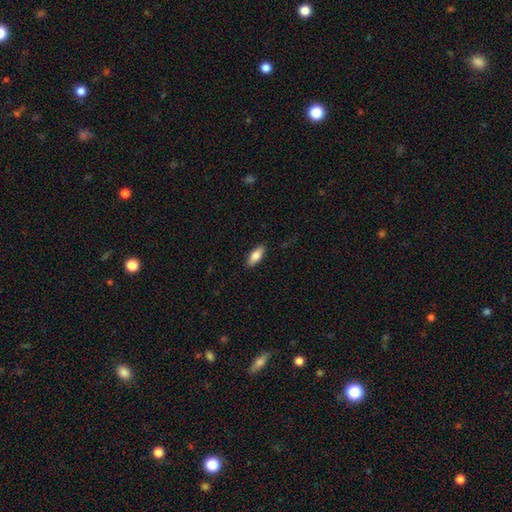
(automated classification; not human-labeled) Smooth or featured? Predicted: smooth (p=0.80). How rounded? Predicted: in between (p=0.77). Merging? Predicted: none (p=0.88).